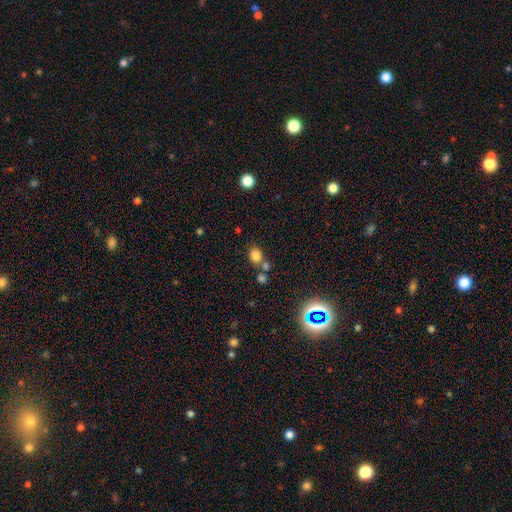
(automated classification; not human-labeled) Overall: smooth (78%). How rounded: round (60%; in between 39%). Merging: none (60%; merger 25%).